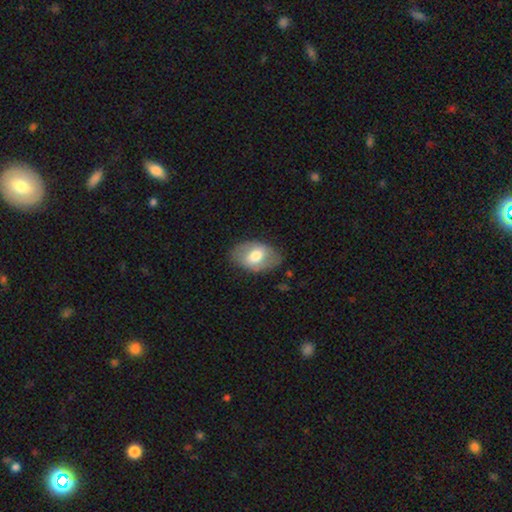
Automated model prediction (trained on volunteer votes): Smooth or featured? Predicted: smooth (p=0.59). How rounded? Predicted: in between (p=0.88). Merging? Predicted: none (p=0.78).